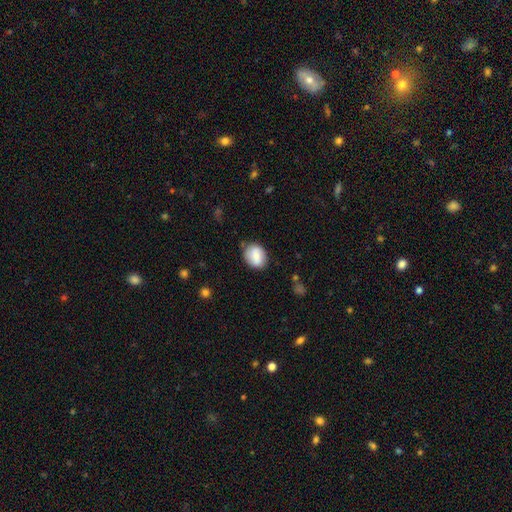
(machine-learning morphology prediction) Smooth or featured? smooth (74%)
How rounded? in between (57%)
Merging? none (73%)